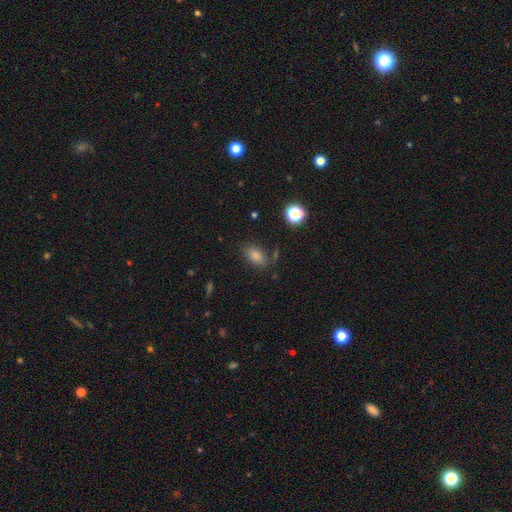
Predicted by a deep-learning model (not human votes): Smooth or featured? smooth (80%)
How rounded? in between (86%)
Merging? none (77%)